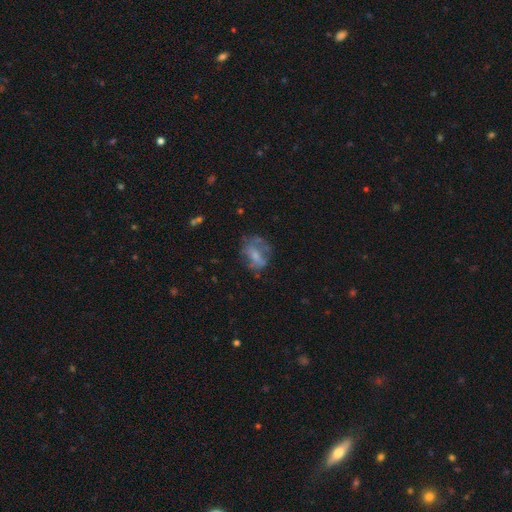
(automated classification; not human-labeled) This is possibly a smooth galaxy (46%). Merging: possibly none (47%).